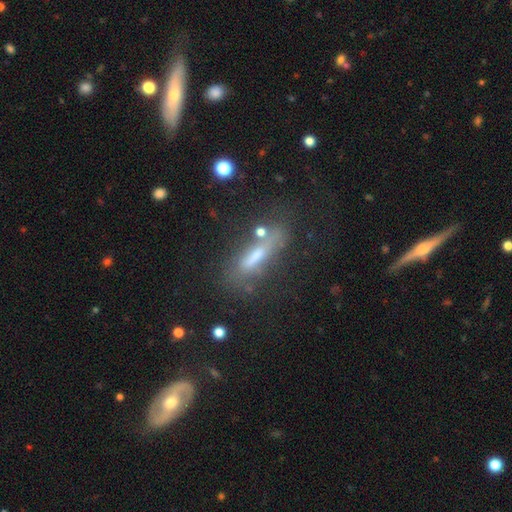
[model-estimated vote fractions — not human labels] A smooth galaxy with no disk features (46%).

Vote fractions:
- Smooth or featured? smooth: 46% / featured or disk: 41% / star or artifact: 13%
- Merging? none: 61% / minor disturbance: 20% / major disturbance: 12% / merger: 7%